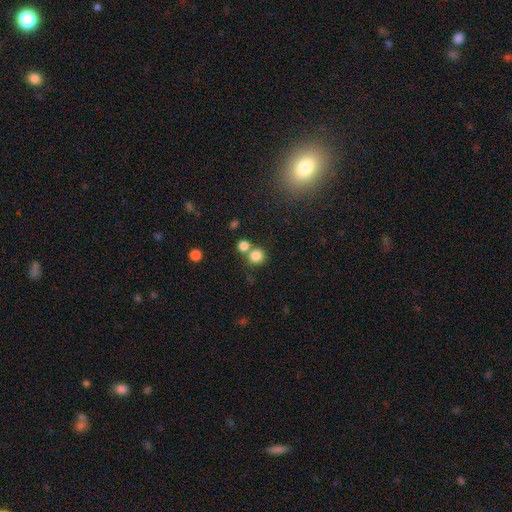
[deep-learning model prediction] Smooth or featured? smooth (82%)
How rounded? round (88%)
Merging? none (59%)